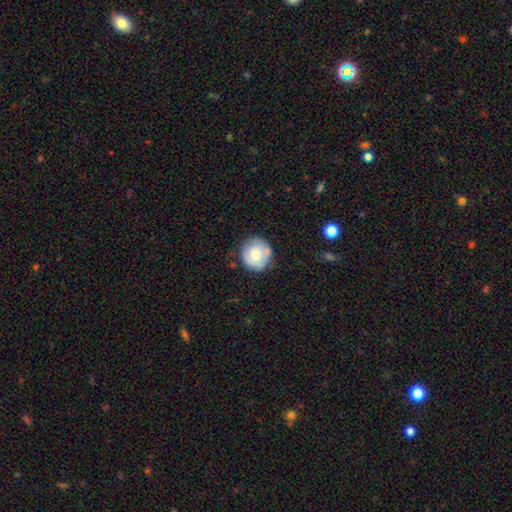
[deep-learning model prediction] smooth_or_featured: smooth (p=0.58) [alt: featured or disk p=0.35]
how_rounded: round (p=0.91) [alt: in between p=0.08]
merging: none (p=0.77) [alt: minor disturbance p=0.15]